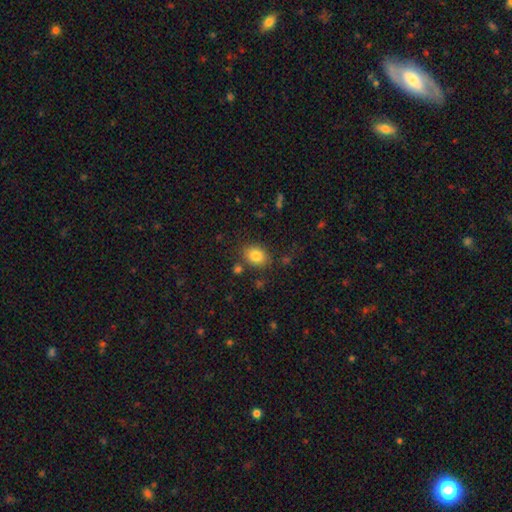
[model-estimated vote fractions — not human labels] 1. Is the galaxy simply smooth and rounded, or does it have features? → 83% smooth, 10% star or artifact, 8% featured or disk.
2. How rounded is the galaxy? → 57% in between, 42% round, 1% cigar-shaped.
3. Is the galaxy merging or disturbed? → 80% none, 12% minor disturbance, 4% merger, 4% major disturbance.